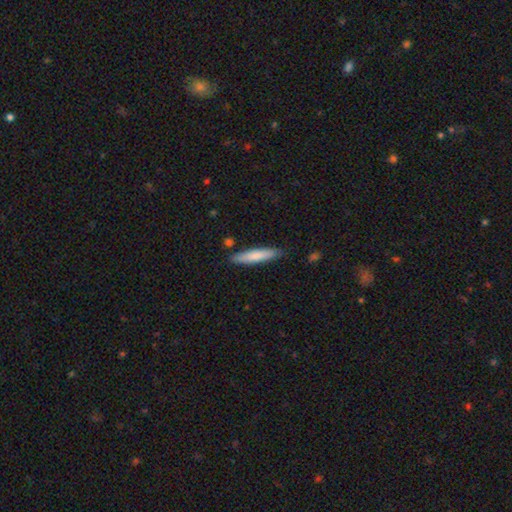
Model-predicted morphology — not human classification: Smooth or featured?
  - smooth: 75% *
  - featured or disk: 19%
  - star or artifact: 5%
How rounded?
  - cigar-shaped: 88% *
  - in between: 11%
  - round: 1%
Merging?
  - none: 86% *
  - minor disturbance: 10%
  - merger: 2%
  - major disturbance: 2%